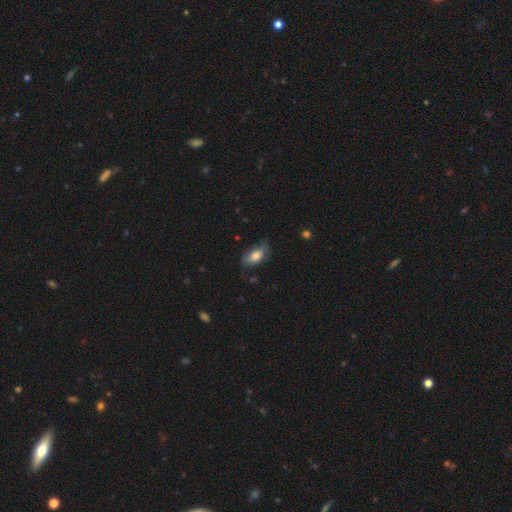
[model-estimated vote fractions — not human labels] Smooth or featured? smooth (76%)
How rounded? in between (88%)
Merging? none (68%)